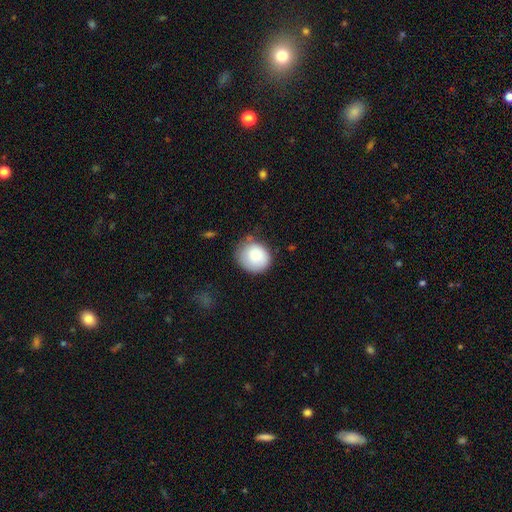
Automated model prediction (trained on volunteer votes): Morphology: type=smooth (83%); roundness=round (75%); merging=none (64%).